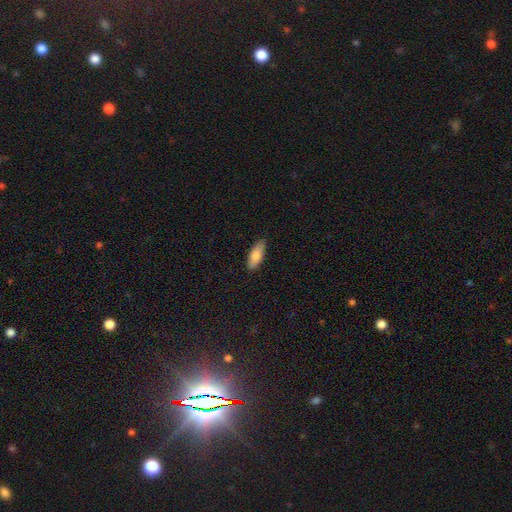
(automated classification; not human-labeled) A smooth galaxy with no disk features (82%) that is in between round and cigar-shaped (73%). Merging: none (85%).